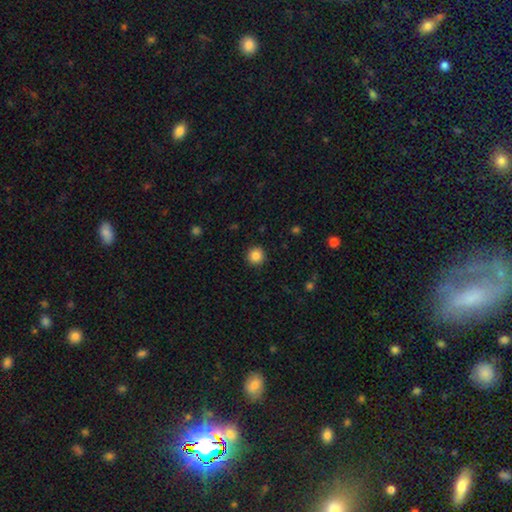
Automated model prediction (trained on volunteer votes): Smooth or featured? Predicted: smooth (p=0.86). How rounded? Predicted: round (p=0.94). Merging? Predicted: none (p=0.92).